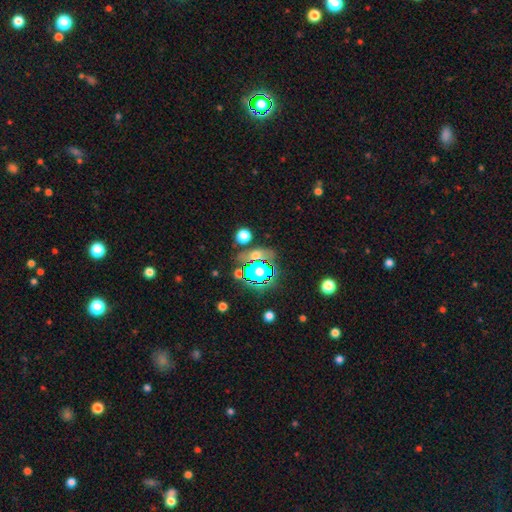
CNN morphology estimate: smooth_or_featured: smooth (p=0.46) [alt: star or artifact p=0.41]
merging: none (p=0.66) [alt: minor disturbance p=0.14]